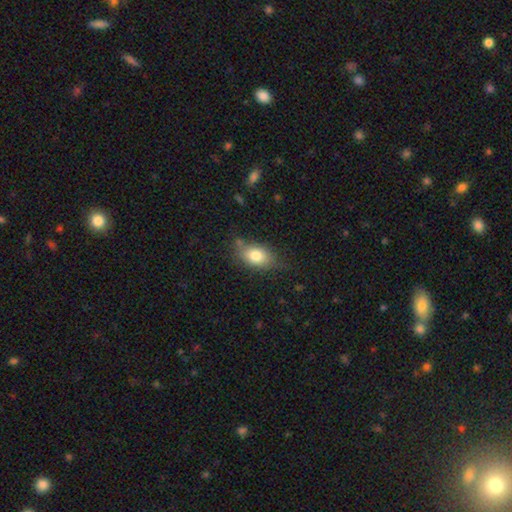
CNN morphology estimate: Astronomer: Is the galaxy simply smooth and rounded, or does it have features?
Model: smooth — 79%.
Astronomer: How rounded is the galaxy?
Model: in between — 84%.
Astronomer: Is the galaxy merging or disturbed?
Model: none — 66%.